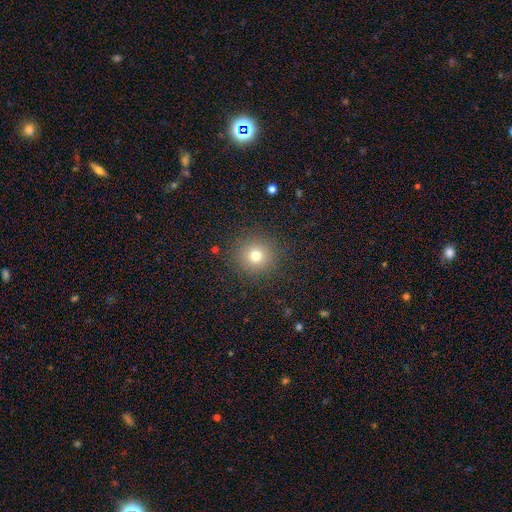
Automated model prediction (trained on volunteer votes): The model was most divided on "smooth or featured": smooth: 75%, star or artifact: 16%, featured or disk: 9%. More confident: how rounded — round (94%); merging — none (89%).